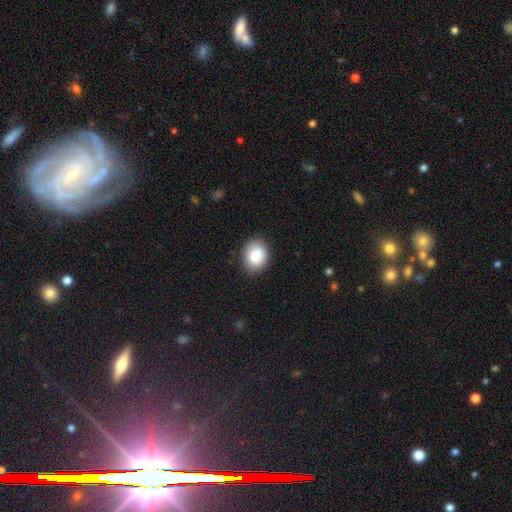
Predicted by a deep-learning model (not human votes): This appears to be a smooth galaxy with no disk features (87%) that is in between round and cigar-shaped (57%). Merging: none (86%).